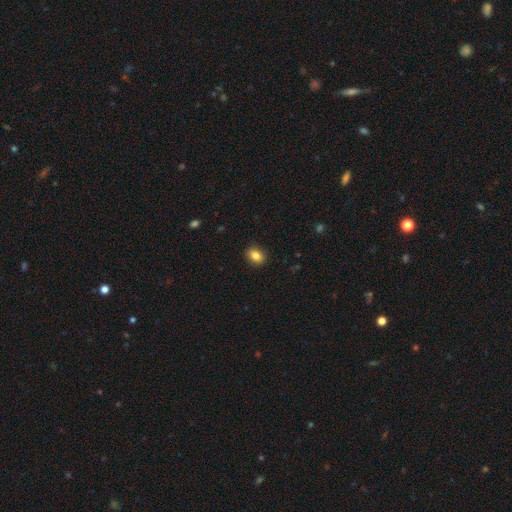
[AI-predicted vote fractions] Smooth or featured? Predicted: smooth (p=0.85). How rounded? Predicted: in between (p=0.64). Merging? Predicted: none (p=0.90).